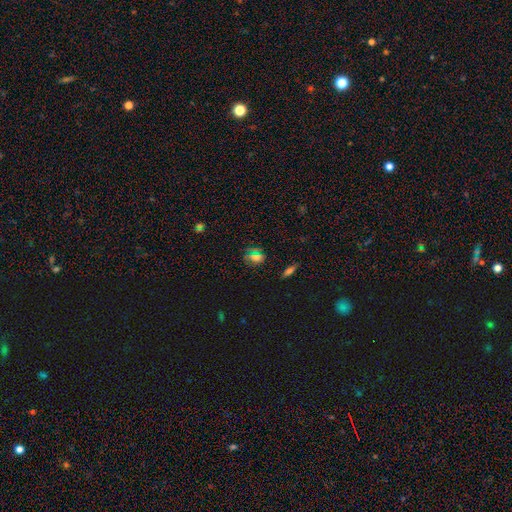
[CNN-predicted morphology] smooth-or-featured: smooth: 48% | star or artifact: 39% | featured or disk: 13%
  merging: none: 78% | minor disturbance: 13% | major disturbance: 6% | merger: 3%